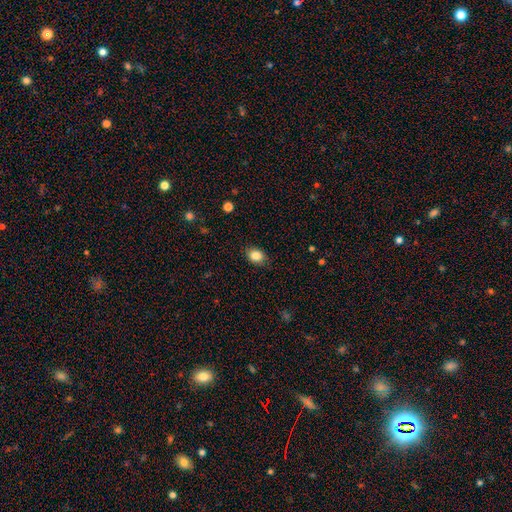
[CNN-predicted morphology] A smooth galaxy with no disk features (85%) that is in between round and cigar-shaped (66%).

Vote fractions:
- Smooth or featured? smooth: 85% / star or artifact: 9% / featured or disk: 6%
- How rounded? in between: 66% / round: 33% / cigar-shaped: 1%
- Merging? none: 83% / minor disturbance: 13% / major disturbance: 3% / merger: 1%